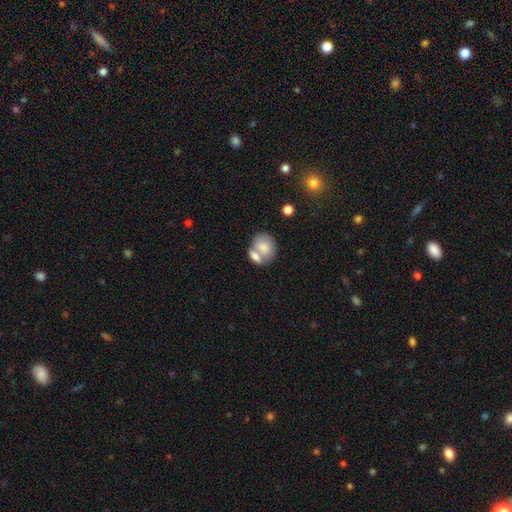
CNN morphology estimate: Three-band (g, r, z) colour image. It shows a smooth galaxy with no disk features (74%) that is in between round and cigar-shaped (57%). Merging: merger (54%).